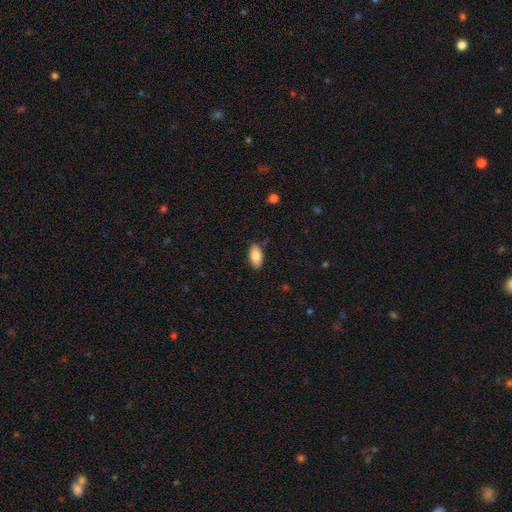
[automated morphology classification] type=smooth (84%); roundness=in between (93%); merging=none (85%).